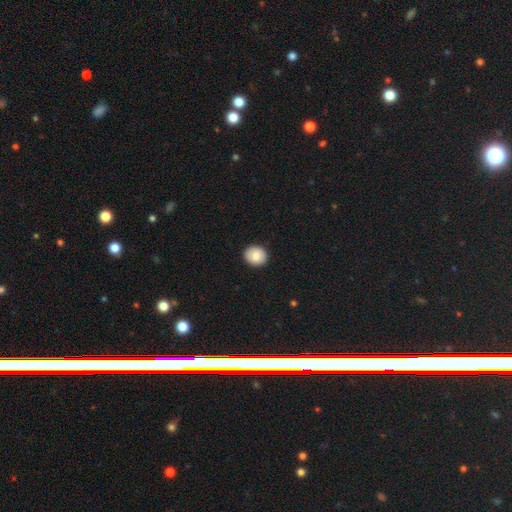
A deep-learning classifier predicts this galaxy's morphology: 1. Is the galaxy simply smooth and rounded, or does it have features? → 78% smooth, 14% featured or disk, 7% star or artifact.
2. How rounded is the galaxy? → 79% round, 20% in between, 1% cigar-shaped.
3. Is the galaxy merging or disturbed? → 90% none, 7% minor disturbance, 2% major disturbance, 1% merger.